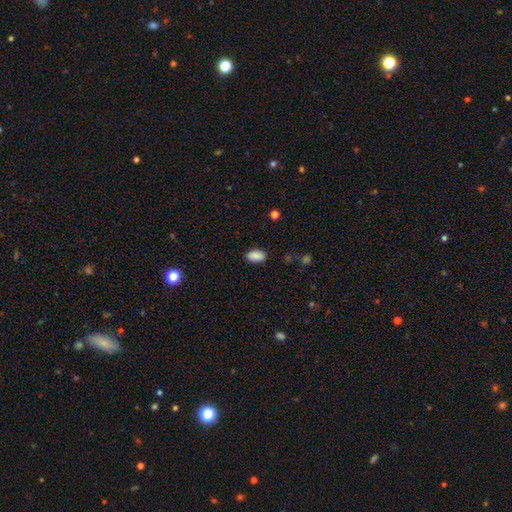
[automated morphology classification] smooth_or_featured: smooth (p=0.88) [alt: star or artifact p=0.08]
how_rounded: in between (p=0.93) [alt: round p=0.05]
merging: none (p=0.84) [alt: minor disturbance p=0.12]